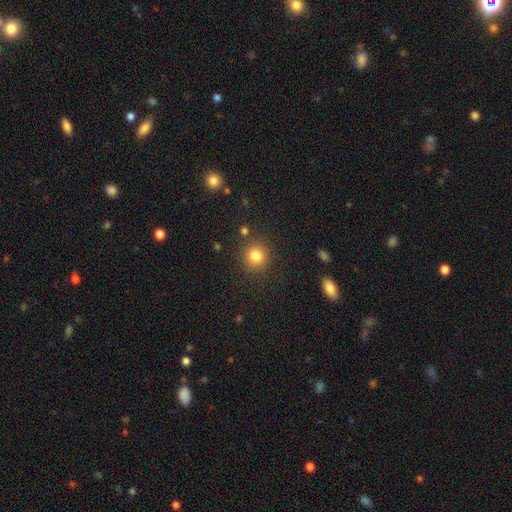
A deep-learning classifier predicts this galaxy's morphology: Smooth or featured?
  - smooth: 82% *
  - star or artifact: 12%
  - featured or disk: 6%
How rounded?
  - round: 91% *
  - in between: 8%
  - cigar-shaped: 1%
Merging?
  - none: 85% *
  - minor disturbance: 8%
  - merger: 4%
  - major disturbance: 3%